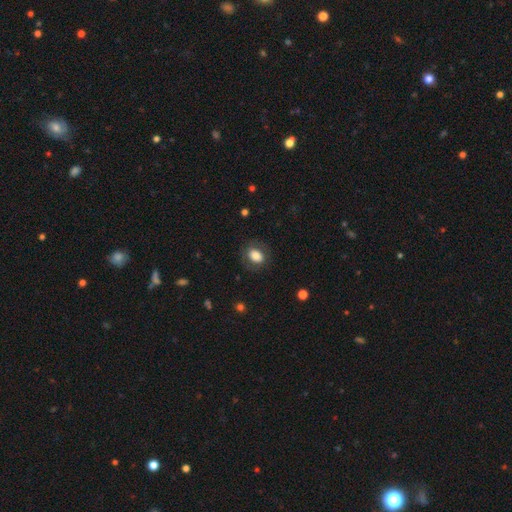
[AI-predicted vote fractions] smooth 77%, featured or disk 15%, star or artifact 8%. Down the decision tree: how rounded — in between (66%); merging — none (78%).